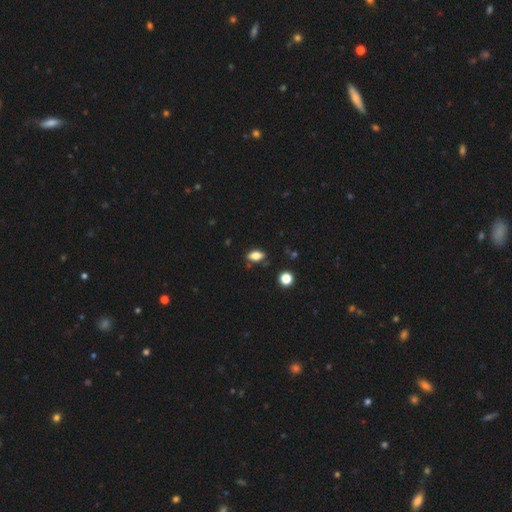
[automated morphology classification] This is likely a smooth galaxy (79%). How rounded: clearly in between (86%). Merging: clearly none (81%).